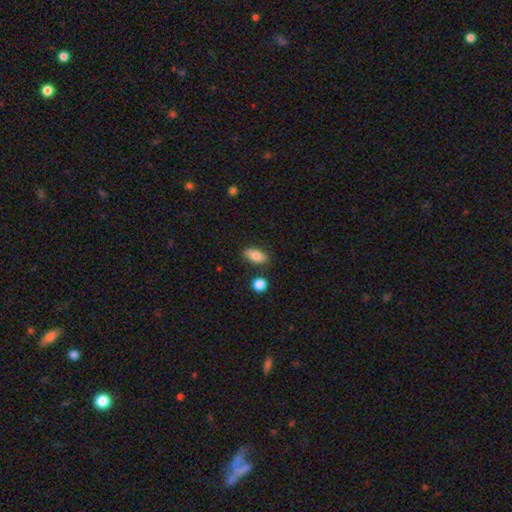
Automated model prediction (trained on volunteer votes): Smooth or featured? Predicted: smooth (p=0.81). How rounded? Predicted: in between (p=0.87). Merging? Predicted: none (p=0.83).